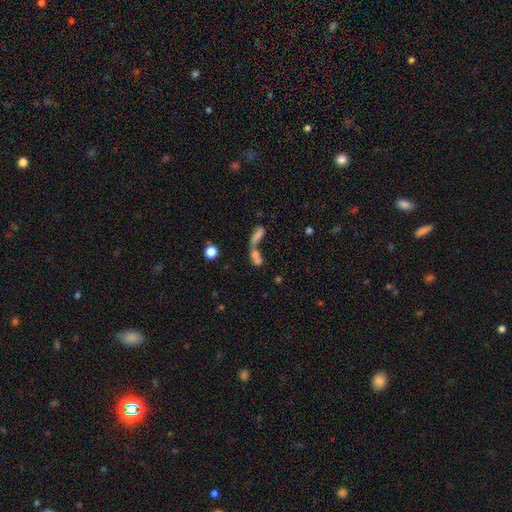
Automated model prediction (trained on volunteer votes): Morphology: type=smooth (58%); roundness=in between (53%); merging=merger (63%).